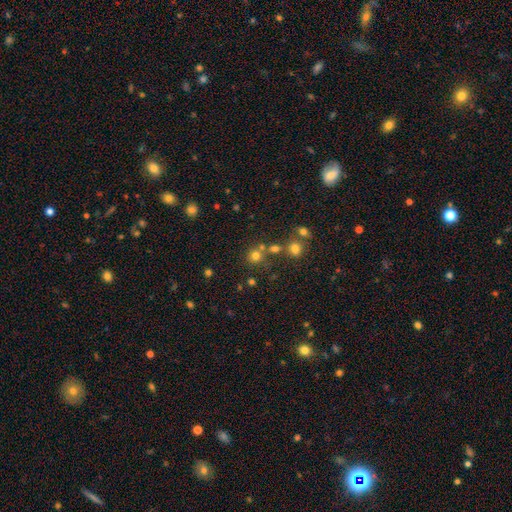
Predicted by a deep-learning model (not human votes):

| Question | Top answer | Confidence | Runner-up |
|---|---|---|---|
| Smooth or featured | smooth | 71% | star or artifact (20%) |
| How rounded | round | 89% | in between (10%) |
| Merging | none | 66% | merger (21%) |